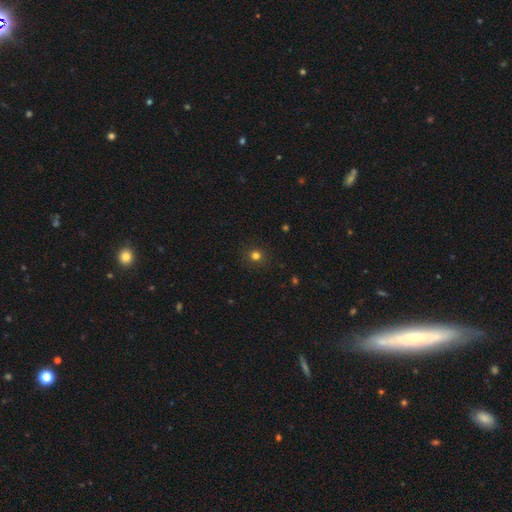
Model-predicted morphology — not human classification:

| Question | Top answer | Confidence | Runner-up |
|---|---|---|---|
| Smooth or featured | smooth | 77% | star or artifact (17%) |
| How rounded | round | 91% | in between (8%) |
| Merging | none | 91% | minor disturbance (6%) |